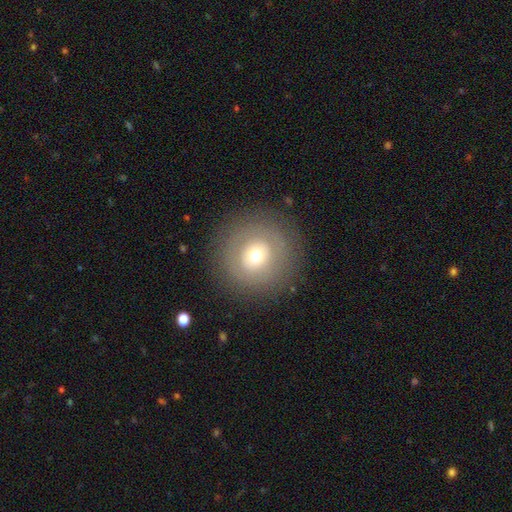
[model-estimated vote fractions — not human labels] Smooth or featured? Predicted: smooth (p=0.59). How rounded? Predicted: round (p=0.94). Merging? Predicted: none (p=0.85).